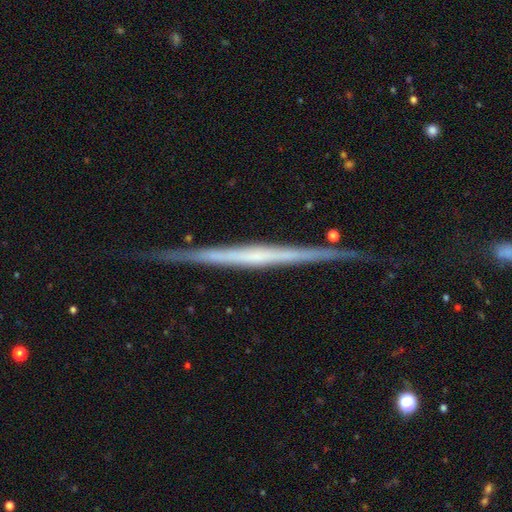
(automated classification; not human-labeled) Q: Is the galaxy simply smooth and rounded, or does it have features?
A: featured or disk — 76%.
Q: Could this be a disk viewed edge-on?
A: yes — 98%.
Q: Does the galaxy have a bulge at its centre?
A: none — 75%.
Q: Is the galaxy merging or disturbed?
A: none — 85%.